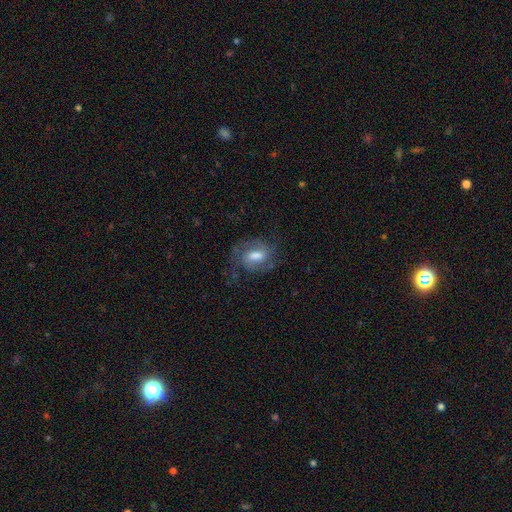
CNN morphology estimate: featured or disk 67%, smooth 25%, star or artifact 8%. Down the decision tree: edge-on disk — no (96%); bar — weak (53%); spiral arms — yes (91%); spiral arm count — 2 (67%); spiral winding — medium (48%); bulge size — moderate (53%); merging — none (63%).